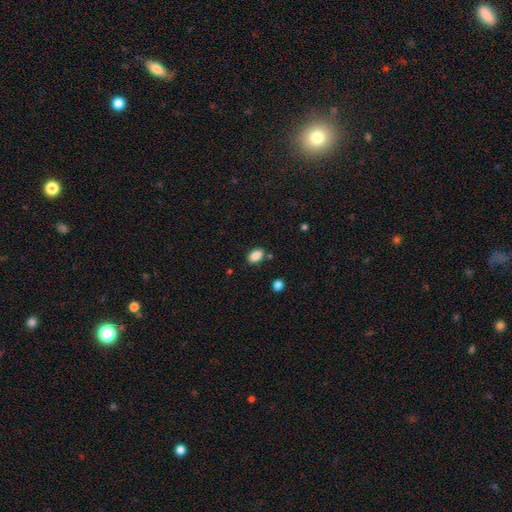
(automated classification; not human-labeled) This is clearly a smooth galaxy (87%). How rounded: clearly in between (87%). Merging: clearly none (81%).